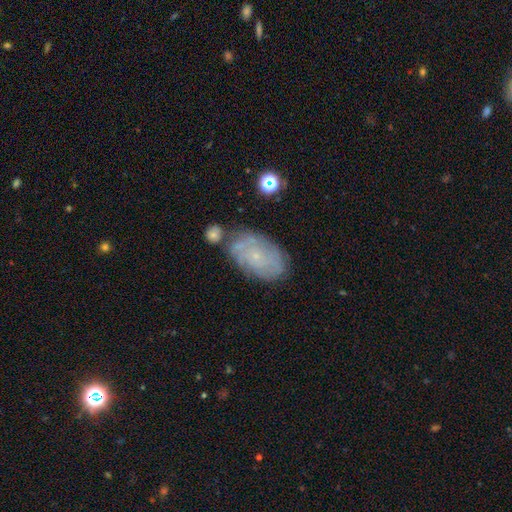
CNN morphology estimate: Smooth or featured?
  - featured or disk: 59% *
  - smooth: 31%
  - star or artifact: 9%
Edge-on disk?
  - no: 95% *
  - yes: 5%
Bar?
  - no: 82% *
  - weak: 15%
  - strong: 3%
Spiral arms?
  - yes: 75% *
  - no: 25%
Bulge size?
  - small: 84% *
  - moderate: 10%
  - none: 4%
  - large: 1%
  - dominant: 1%
Merging?
  - none: 61% *
  - minor disturbance: 21%
  - merger: 11%
  - major disturbance: 7%